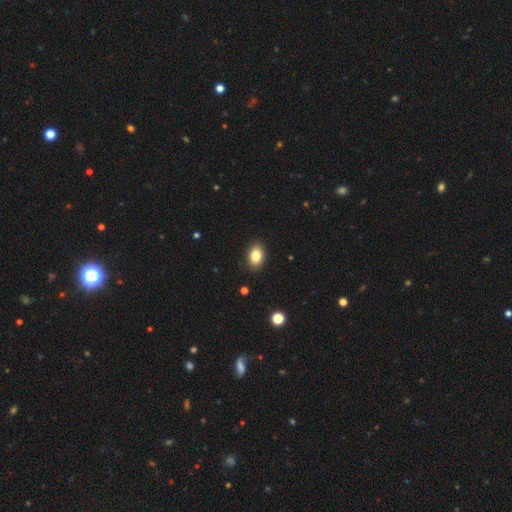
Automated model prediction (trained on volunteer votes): Q: Smooth or featured?
A: smooth (86%); runner-up: star or artifact (9%)
Q: How rounded?
A: in between (82%); runner-up: round (17%)
Q: Merging?
A: none (89%); runner-up: minor disturbance (8%)